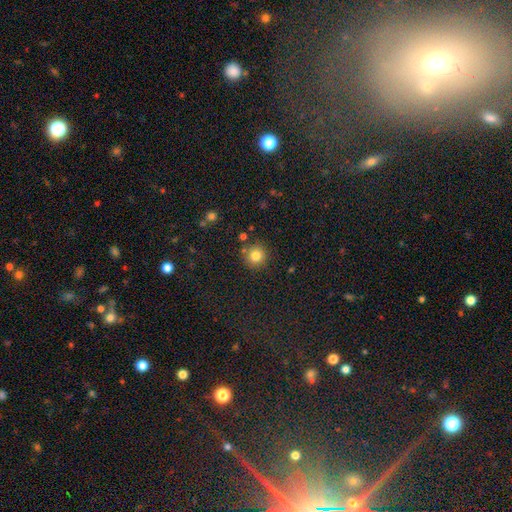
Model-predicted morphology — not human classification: A smooth galaxy with no disk features (81%) that is round (94%).

Vote fractions:
- Smooth or featured? smooth: 81% / star or artifact: 13% / featured or disk: 6%
- How rounded? round: 94% / in between: 5% / cigar-shaped: 1%
- Merging? none: 85% / minor disturbance: 8% / merger: 5% / major disturbance: 2%